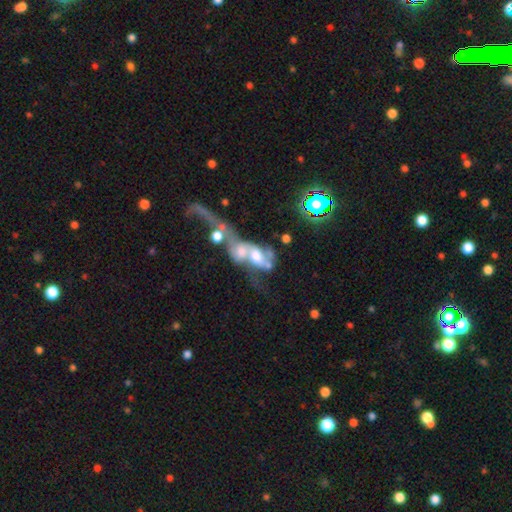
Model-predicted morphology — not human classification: Q: Smooth or featured?
A: featured or disk (61%); runner-up: smooth (24%)
Q: Edge-on disk?
A: no (92%); runner-up: yes (8%)
Q: Bar?
A: no (64%); runner-up: weak (26%)
Q: Spiral arms?
A: yes (62%); runner-up: no (38%)
Q: Bulge size?
A: moderate (43%); runner-up: large (24%)
Q: Merging?
A: merger (75%); runner-up: major disturbance (15%)